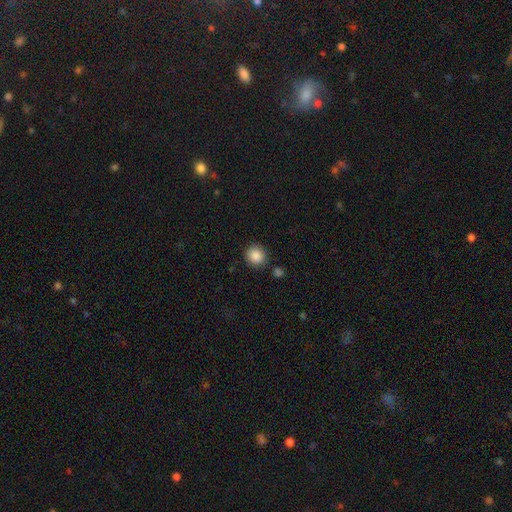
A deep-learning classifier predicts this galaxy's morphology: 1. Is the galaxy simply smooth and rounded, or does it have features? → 88% smooth, 9% star or artifact, 4% featured or disk.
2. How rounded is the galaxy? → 89% round, 10% in between, 1% cigar-shaped.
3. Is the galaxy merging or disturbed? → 85% none, 9% minor disturbance, 4% merger, 3% major disturbance.